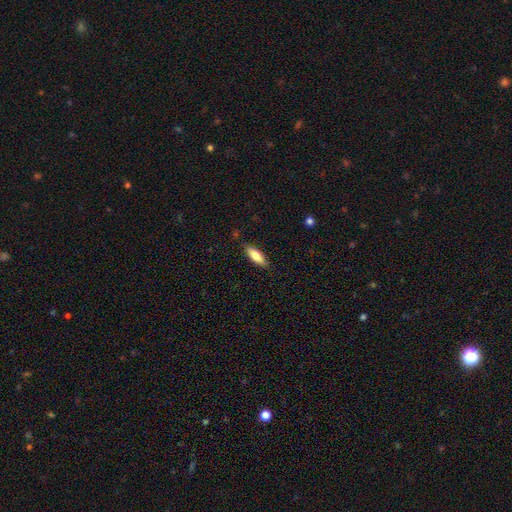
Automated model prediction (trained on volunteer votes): Smooth or featured?
  - smooth: 73% *
  - featured or disk: 21%
  - star or artifact: 6%
How rounded?
  - in between: 61% *
  - cigar-shaped: 37%
  - round: 2%
Merging?
  - none: 85% *
  - minor disturbance: 12%
  - major disturbance: 2%
  - merger: 1%